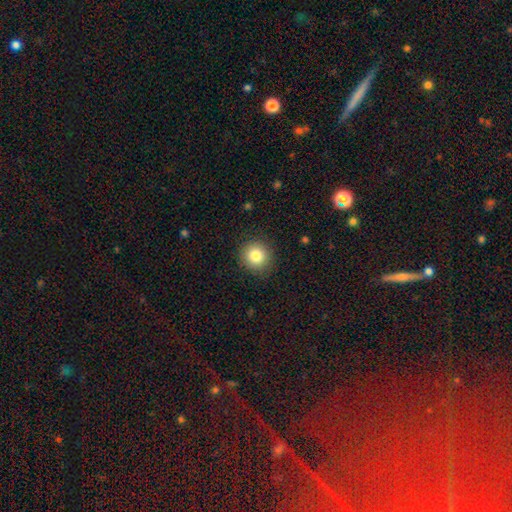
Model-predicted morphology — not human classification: Smooth or featured? smooth (83%)
How rounded? round (92%)
Merging? none (90%)